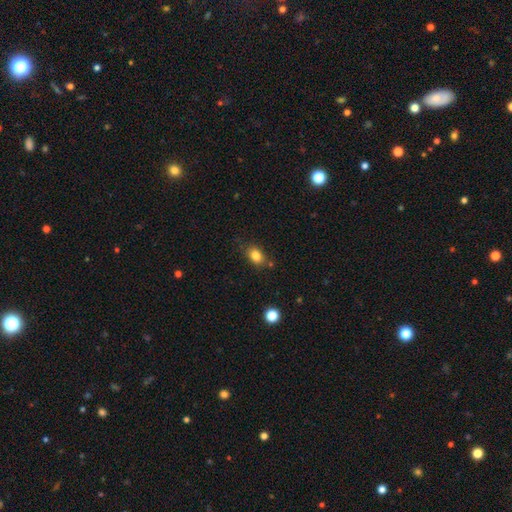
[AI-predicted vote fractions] smooth-or-featured: smooth: 83% | star or artifact: 10% | featured or disk: 7%
  how-rounded: in between: 71% | round: 27% | cigar-shaped: 1%
  merging: none: 75% | minor disturbance: 16% | merger: 5% | major disturbance: 4%